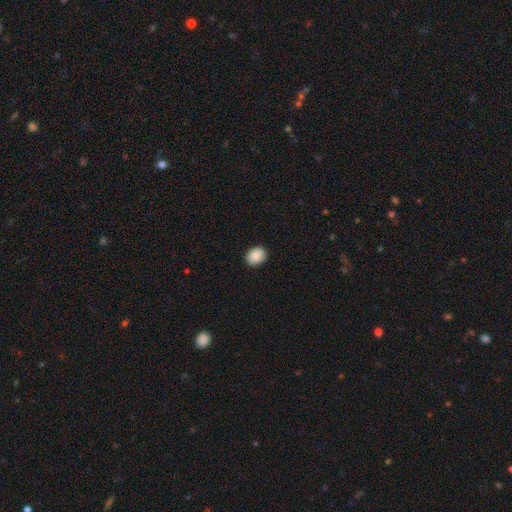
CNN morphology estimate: Smooth or featured? Predicted: smooth (p=0.90). How rounded? Predicted: in between (p=0.55). Merging? Predicted: none (p=0.90).